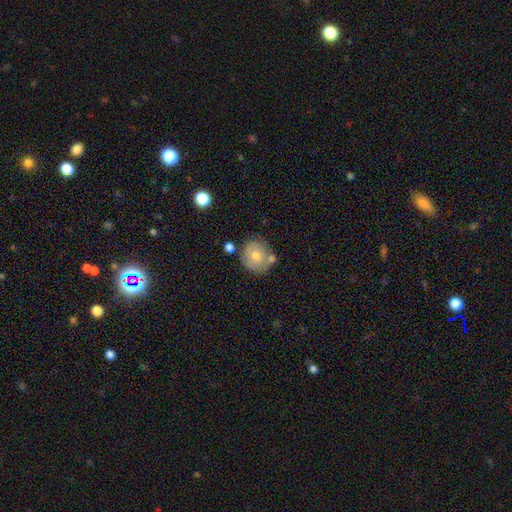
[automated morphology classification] smooth 58%, featured or disk 33%, star or artifact 9%. Down the decision tree: how rounded — round (82%); merging — none (65%).